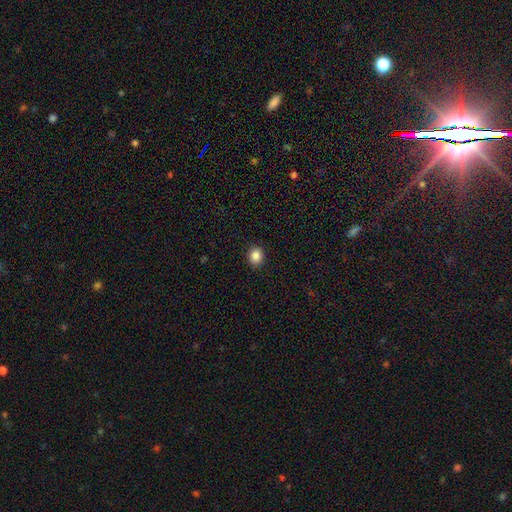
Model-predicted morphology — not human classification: smooth-or-featured: smooth: 86% | star or artifact: 10% | featured or disk: 4%
  how-rounded: round: 76% | in between: 23% | cigar-shaped: 1%
  merging: none: 91% | minor disturbance: 6% | major disturbance: 2% | merger: 1%